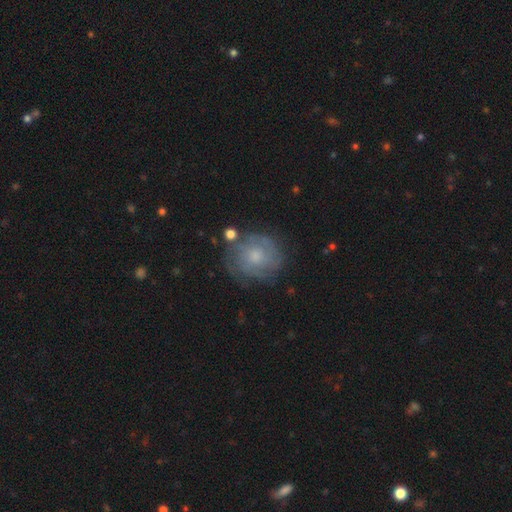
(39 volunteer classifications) Volunteers were most divided on "bulge size": small: 48%, moderate: 41%, none: 7%, large: 3%, dominant: 0%. Remaining: edge-on disk — no (100%); spiral arms — yes (90%); merging — none (76%); smooth or featured — featured or disk (74%); bar — no (72%); spiral winding — tight (69%); spiral arm count — can't tell (46%).